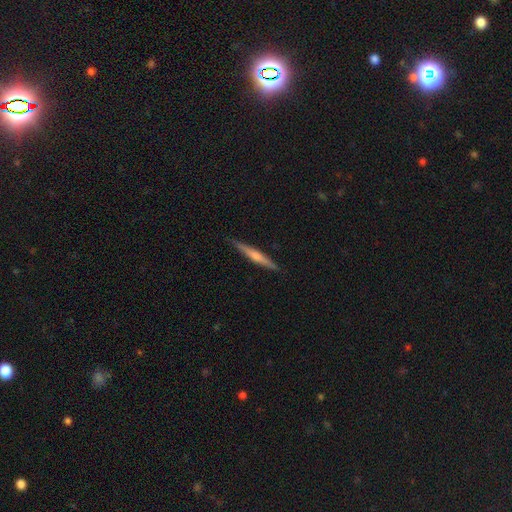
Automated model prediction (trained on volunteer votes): The model was most divided on "smooth or featured": featured or disk: 69%, smooth: 25%, star or artifact: 6%. More confident: edge-on disk — yes (98%); merging — none (91%); edge-on bulge — rounded (73%).